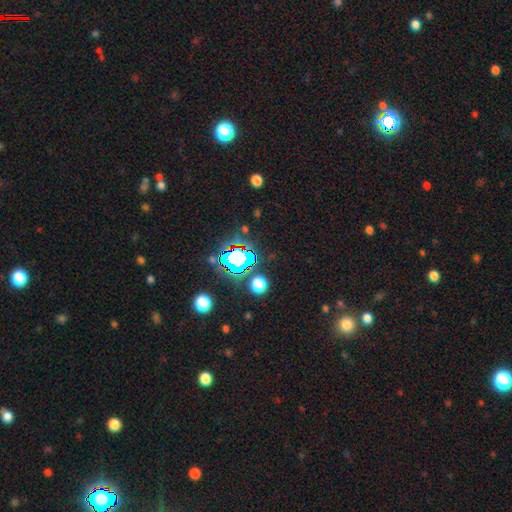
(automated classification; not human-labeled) Smooth or featured? star or artifact (80%)